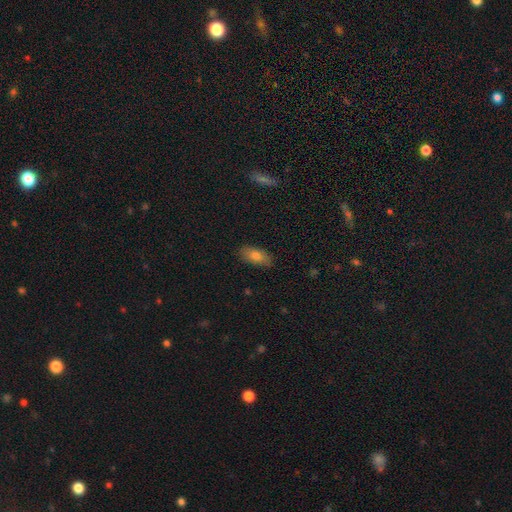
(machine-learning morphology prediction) A smooth galaxy with no disk features (75%) that is in between round and cigar-shaped (88%). Merging: none (84%).